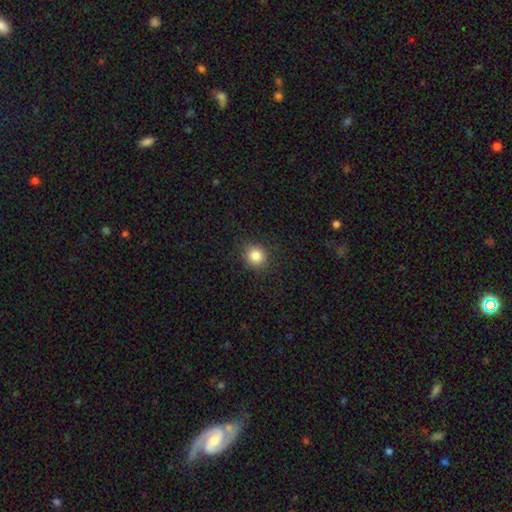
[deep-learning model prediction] A smooth galaxy with no disk features (84%) that is round (87%).

Vote fractions:
- Smooth or featured? smooth: 84% / star or artifact: 11% / featured or disk: 5%
- How rounded? round: 87% / in between: 12% / cigar-shaped: 1%
- Merging? none: 89% / minor disturbance: 8% / major disturbance: 2% / merger: 1%